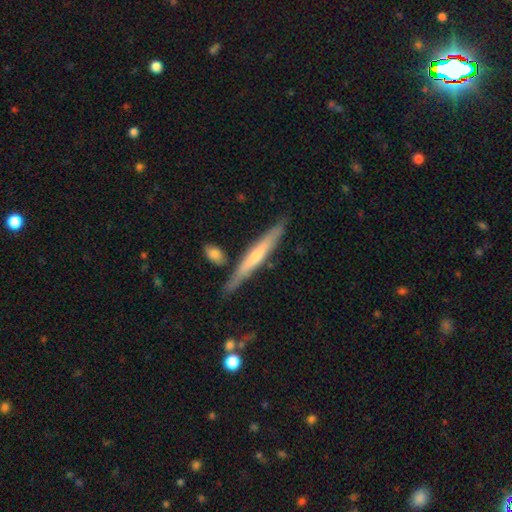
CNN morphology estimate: A featured or disk galaxy (51%) viewed edge-on (92%). Merging: none (79%).